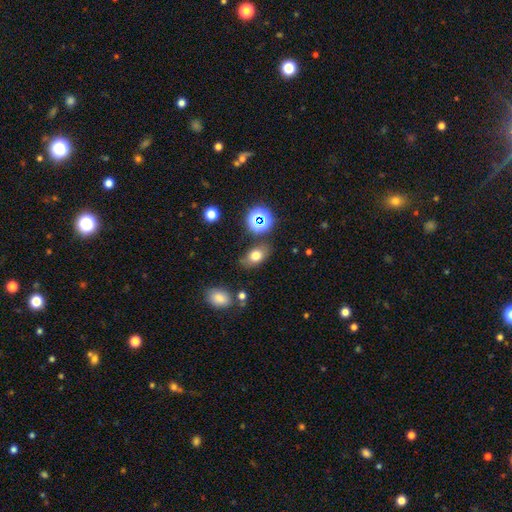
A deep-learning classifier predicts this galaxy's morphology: The model was most divided on "smooth or featured": smooth: 70%, star or artifact: 16%, featured or disk: 14%. More confident: how rounded — in between (80%); merging — none (75%).